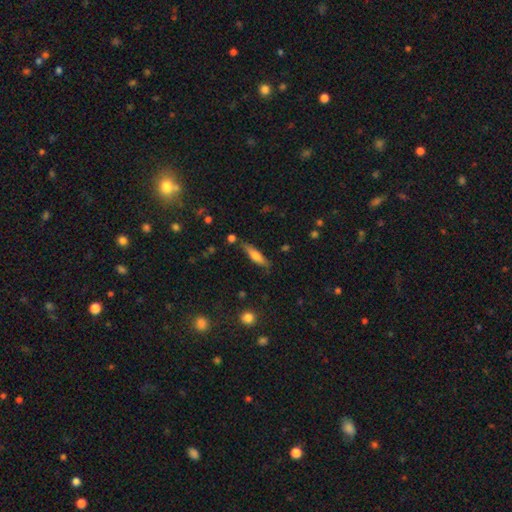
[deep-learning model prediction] Morphology: type=smooth (61%); roundness=cigar-shaped (72%); merging=none (76%).